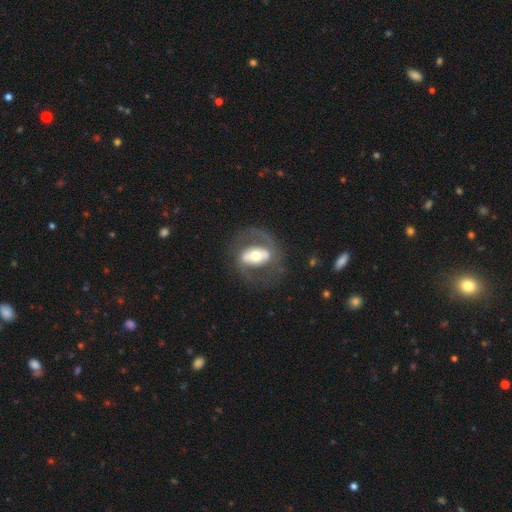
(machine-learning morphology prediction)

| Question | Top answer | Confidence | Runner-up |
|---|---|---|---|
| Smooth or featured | featured or disk | 75% | smooth (19%) |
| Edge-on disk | no | 94% | yes (6%) |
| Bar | strong | 45% | no (28%) |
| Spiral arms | yes | 73% | no (27%) |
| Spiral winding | medium | 50% | loose (28%) |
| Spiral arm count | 2 | 85% | can't tell (7%) |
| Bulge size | moderate | 64% | large (17%) |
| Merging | none | 66% | major disturbance (16%) |